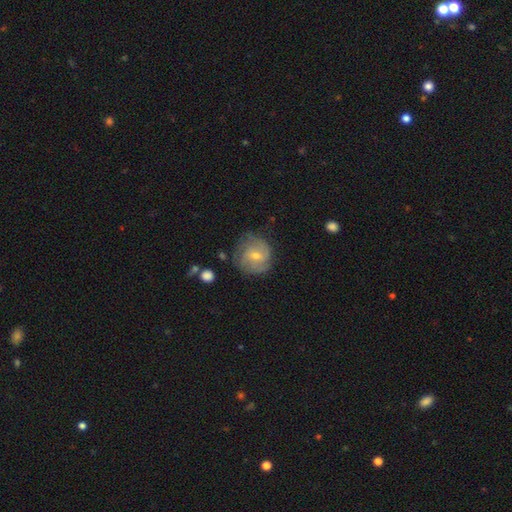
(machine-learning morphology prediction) smooth-or-featured: featured or disk: 59% | smooth: 32% | star or artifact: 9%
  disk-edge-on: no: 97% | yes: 3%
    bar: weak: 46% | no: 45% | strong: 9%
    has-spiral-arms: yes: 82% | no: 18%
    bulge-size: small: 55% | moderate: 41% | none: 2% | large: 1% | dominant: 1%
  merging: none: 70% | minor disturbance: 21% | major disturbance: 7% | merger: 2%